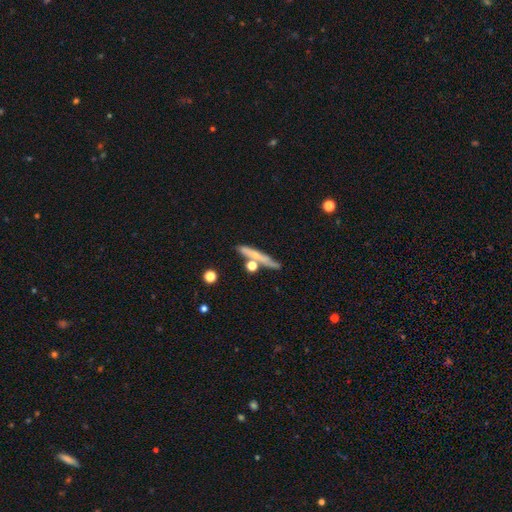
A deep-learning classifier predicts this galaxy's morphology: A smooth galaxy with no disk features (51%) that is cigar-shaped (85%). Merging: none (68%).